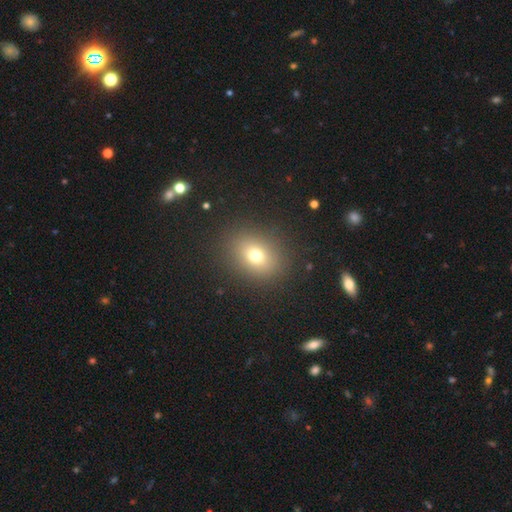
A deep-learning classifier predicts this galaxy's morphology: type=smooth (73%); roundness=round (54%); merging=none (87%).